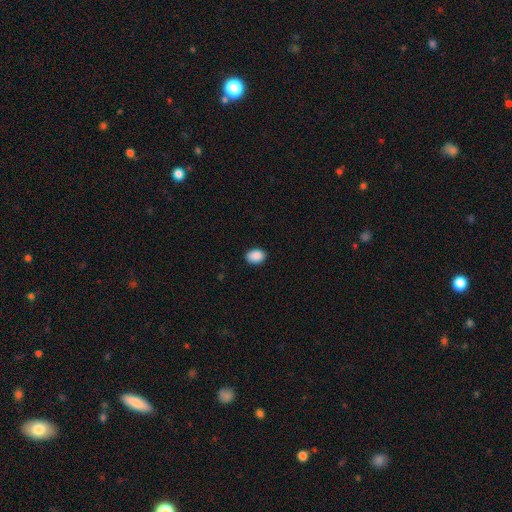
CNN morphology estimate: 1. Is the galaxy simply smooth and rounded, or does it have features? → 90% smooth, 8% star or artifact, 3% featured or disk.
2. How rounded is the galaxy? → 75% in between, 24% round, 1% cigar-shaped.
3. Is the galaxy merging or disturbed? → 88% none, 9% minor disturbance, 2% major disturbance, 1% merger.